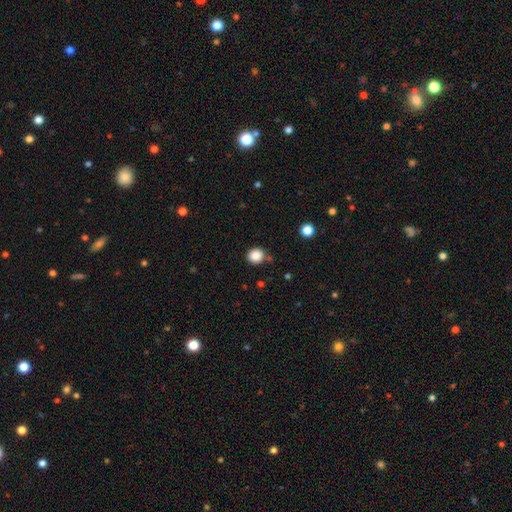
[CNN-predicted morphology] smooth-or-featured: smooth: 87% | star or artifact: 10% | featured or disk: 3%
  how-rounded: round: 85% | in between: 14% | cigar-shaped: 1%
  merging: none: 83% | minor disturbance: 10% | merger: 4% | major disturbance: 3%